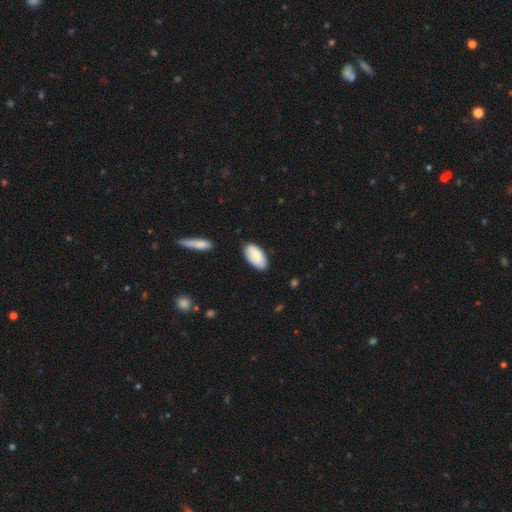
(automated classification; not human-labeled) Smooth or featured? Predicted: smooth (p=0.83). How rounded? Predicted: in between (p=0.94). Merging? Predicted: none (p=0.80).